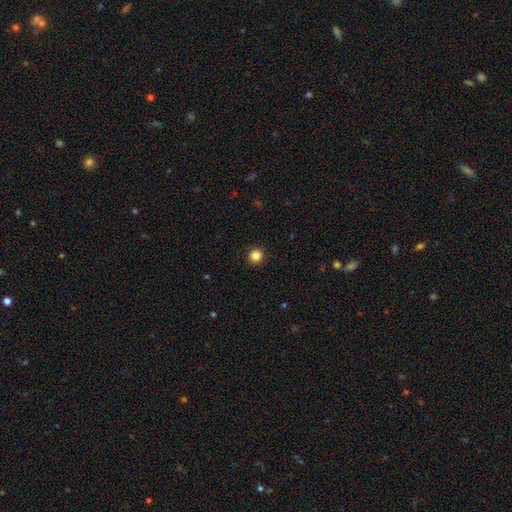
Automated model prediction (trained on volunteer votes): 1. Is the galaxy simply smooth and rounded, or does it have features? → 85% smooth, 11% star or artifact, 3% featured or disk.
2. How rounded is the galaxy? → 94% round, 5% in between, 1% cigar-shaped.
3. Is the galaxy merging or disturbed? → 93% none, 4% minor disturbance, 2% major disturbance, 1% merger.